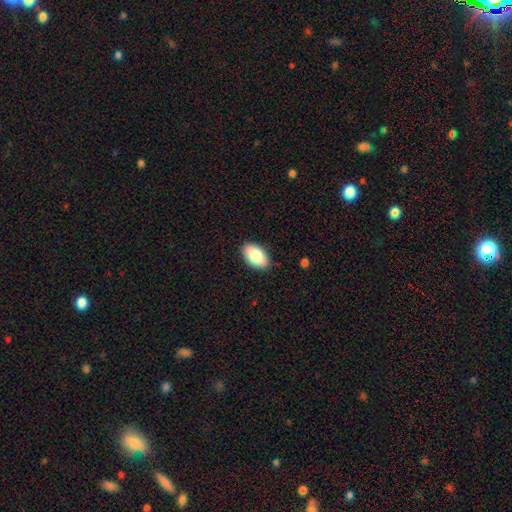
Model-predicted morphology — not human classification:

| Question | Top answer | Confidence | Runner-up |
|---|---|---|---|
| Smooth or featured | smooth | 84% | featured or disk (10%) |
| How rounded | in between | 94% | round (5%) |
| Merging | none | 88% | minor disturbance (9%) |